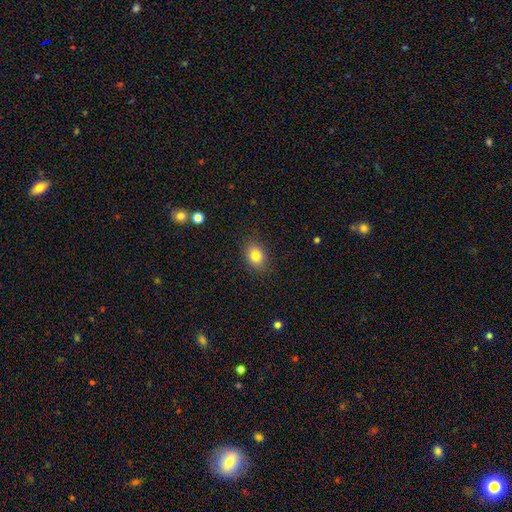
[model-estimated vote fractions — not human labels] smooth-or-featured: smooth: 82% | star or artifact: 10% | featured or disk: 8%
  how-rounded: in between: 65% | round: 34% | cigar-shaped: 1%
  merging: none: 87% | minor disturbance: 9% | major disturbance: 3% | merger: 1%